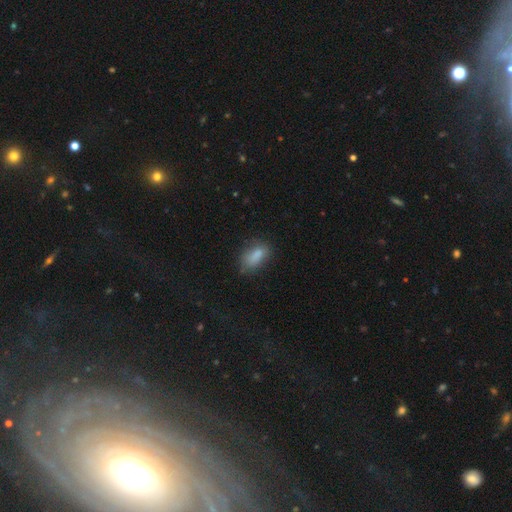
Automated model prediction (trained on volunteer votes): A smooth galaxy with no disk features (81%) that is in between round and cigar-shaped (87%).

Vote fractions:
- Smooth or featured? smooth: 81% / star or artifact: 10% / featured or disk: 9%
- How rounded? in between: 87% / round: 8% / cigar-shaped: 5%
- Merging? none: 62% / minor disturbance: 26% / major disturbance: 10% / merger: 3%